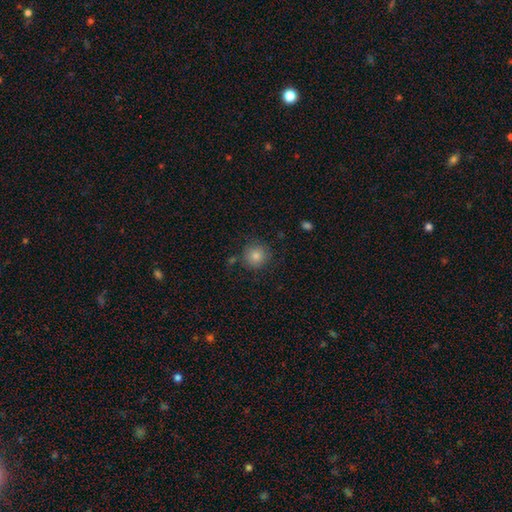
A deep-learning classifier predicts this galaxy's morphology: Smooth or featured? Predicted: smooth (p=0.81). How rounded? Predicted: round (p=0.94). Merging? Predicted: none (p=0.85).